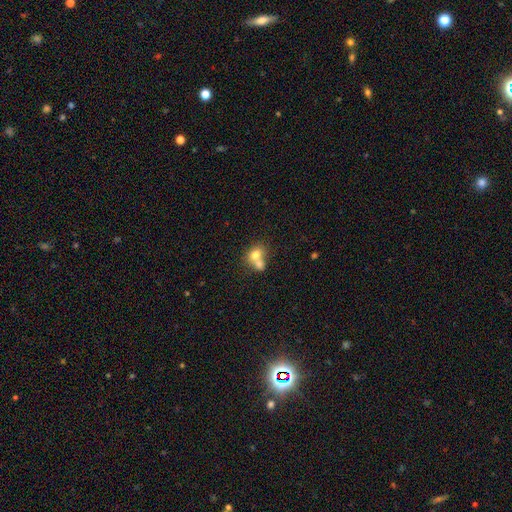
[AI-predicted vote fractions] Overall: smooth (73%). How rounded: round (51%; in between 48%). Merging: merger (64%; none 25%).